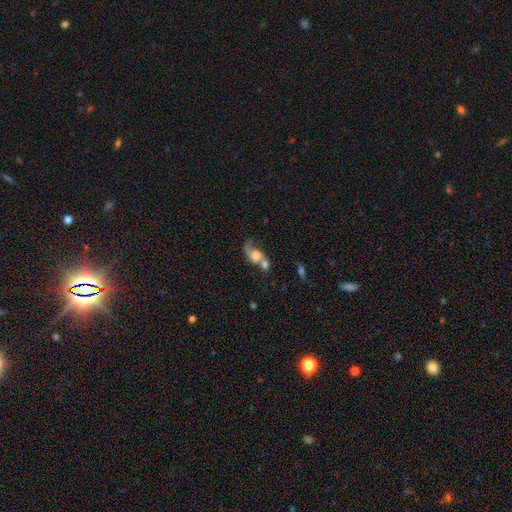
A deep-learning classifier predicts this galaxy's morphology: smooth_or_featured: featured or disk (p=0.48) [alt: smooth p=0.42]
merging: merger (p=0.58) [alt: none p=0.18]